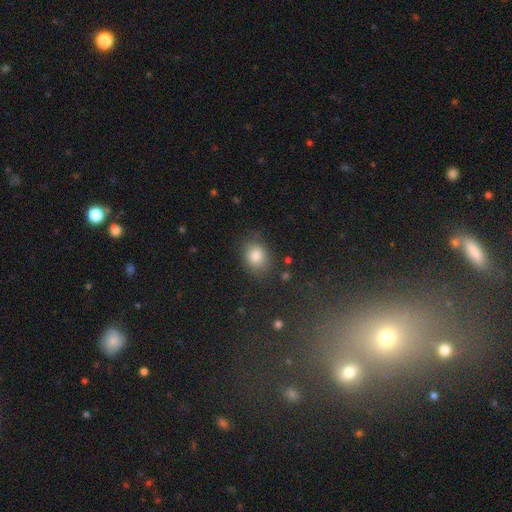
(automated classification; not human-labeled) A smooth galaxy with no disk features (84%) that is in between round and cigar-shaped (56%). Merging: none (76%).